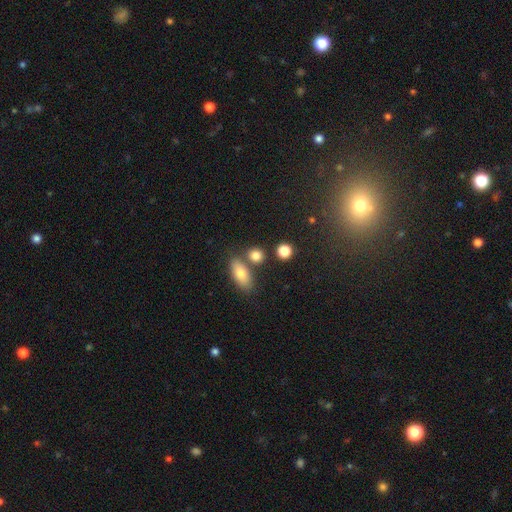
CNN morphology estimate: type=smooth (80%); roundness=round (53%); merging=none (68%).